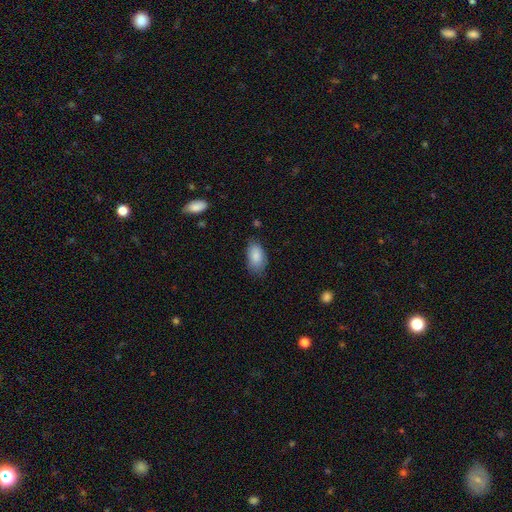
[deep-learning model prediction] Smooth or featured? smooth (87%)
How rounded? in between (93%)
Merging? none (73%)